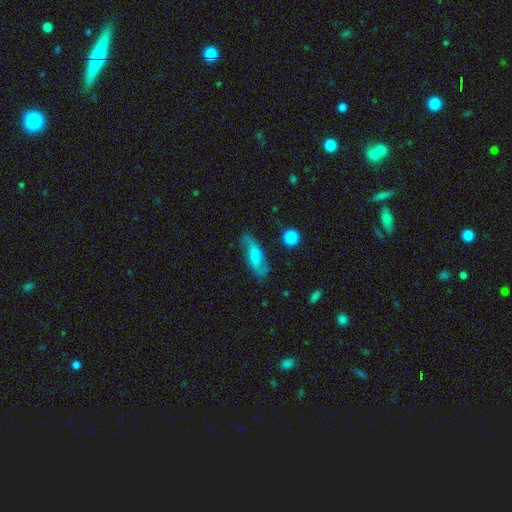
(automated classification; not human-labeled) Smooth or featured?
  - featured or disk: 63% *
  - smooth: 30%
  - star or artifact: 7%
Edge-on disk?
  - no: 79% *
  - yes: 21%
Merging?
  - none: 72% *
  - minor disturbance: 19%
  - major disturbance: 7%
  - merger: 2%